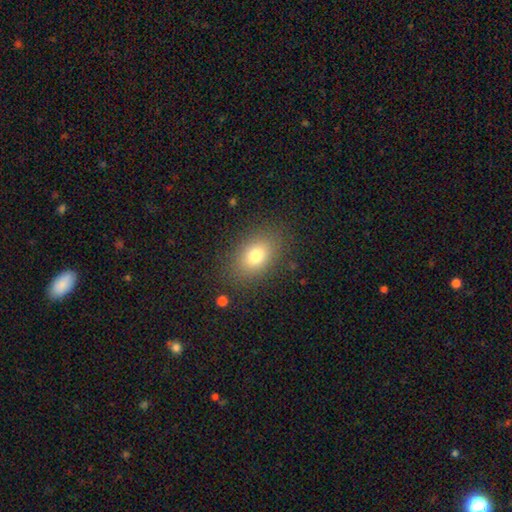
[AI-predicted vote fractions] The model was most divided on "how rounded": in between: 82%, round: 17%, cigar-shaped: 2%. More confident: merging — none (85%); smooth or featured — smooth (78%).